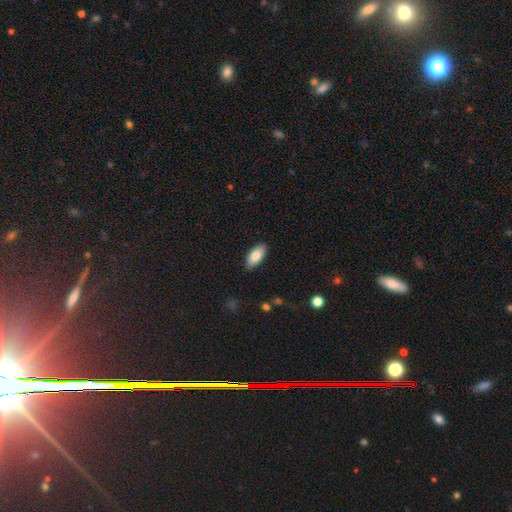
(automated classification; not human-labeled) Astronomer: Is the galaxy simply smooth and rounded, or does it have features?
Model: smooth — 83%.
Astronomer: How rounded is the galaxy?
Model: in between — 88%.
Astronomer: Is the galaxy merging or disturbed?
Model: none — 87%.